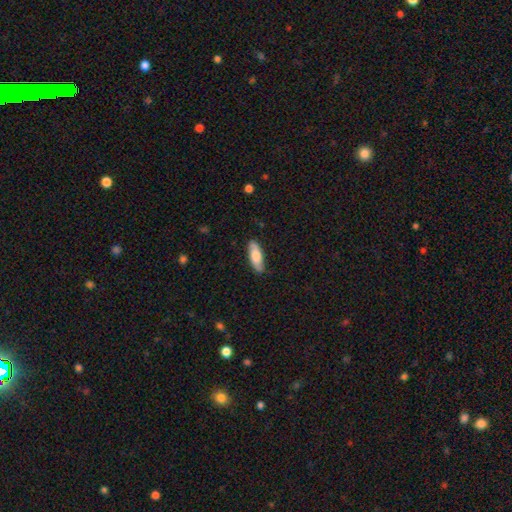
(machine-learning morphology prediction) smooth_or_featured: smooth (p=0.73) [alt: featured or disk p=0.21]
how_rounded: in between (p=0.61) [alt: cigar-shaped p=0.37]
merging: none (p=0.83) [alt: minor disturbance p=0.13]